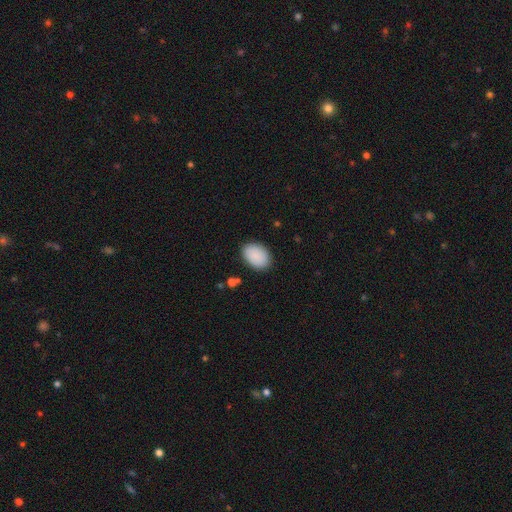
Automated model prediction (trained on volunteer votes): This appears to be a smooth galaxy with no disk features (90%) that is in between round and cigar-shaped (85%). Merging: none (87%).